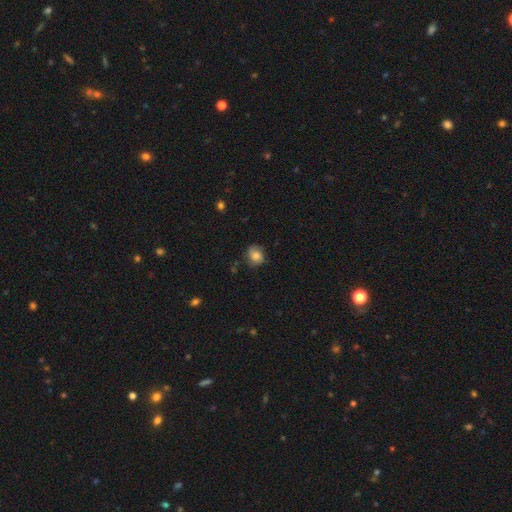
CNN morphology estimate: Smooth or featured?
  - smooth: 70% *
  - featured or disk: 20%
  - star or artifact: 10%
How rounded?
  - round: 66% *
  - in between: 33%
  - cigar-shaped: 1%
Merging?
  - none: 72% *
  - minor disturbance: 20%
  - major disturbance: 6%
  - merger: 1%